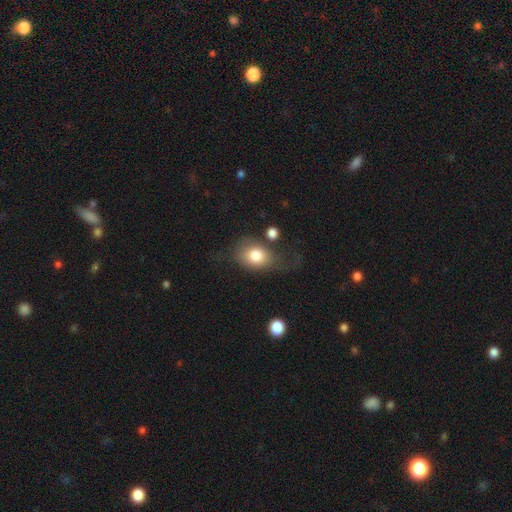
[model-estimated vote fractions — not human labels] smooth_or_featured: smooth (p=0.78) [alt: featured or disk p=0.14]
how_rounded: in between (p=0.62) [alt: round p=0.36]
merging: none (p=0.46) [alt: minor disturbance p=0.25]